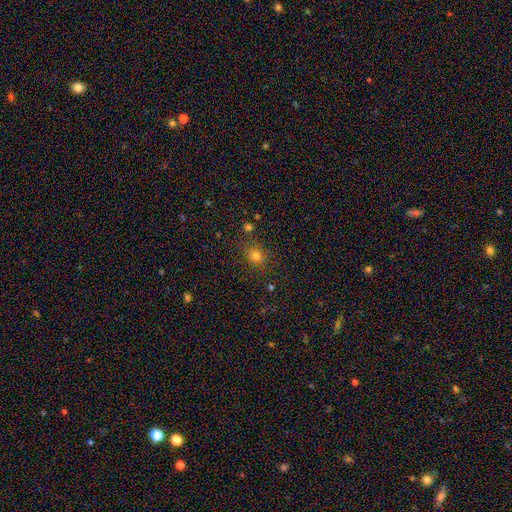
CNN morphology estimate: A smooth galaxy with no disk features (74%) that is round (78%). Merging: none (82%).